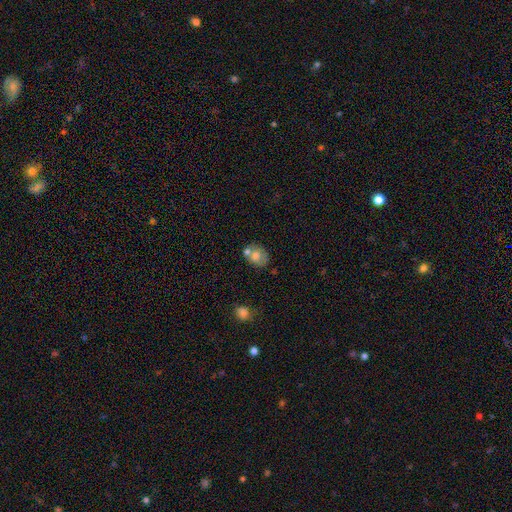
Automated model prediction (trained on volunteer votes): smooth_or_featured: smooth (p=0.67) [alt: featured or disk p=0.25]
how_rounded: round (p=0.51) [alt: in between p=0.48]
merging: none (p=0.46) [alt: merger p=0.32]